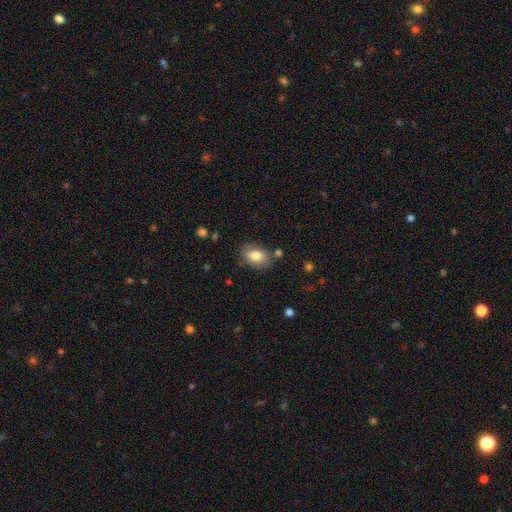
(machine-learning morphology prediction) The model was most divided on "how rounded": in between: 79%, round: 20%, cigar-shaped: 1%. More confident: smooth or featured — smooth (81%); merging — none (78%).